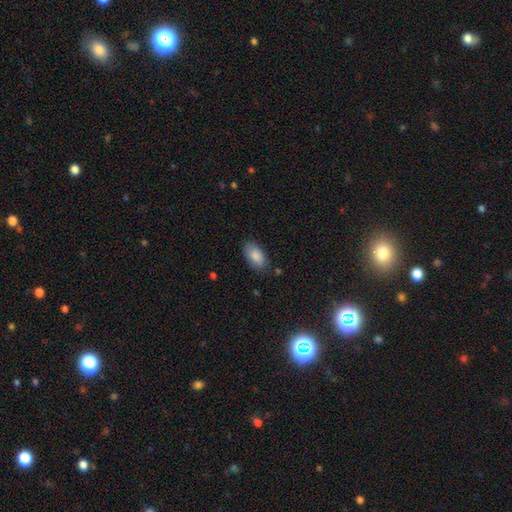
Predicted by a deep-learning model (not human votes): A smooth galaxy with no disk features (87%) that is in between round and cigar-shaped (94%). Merging: none (80%).